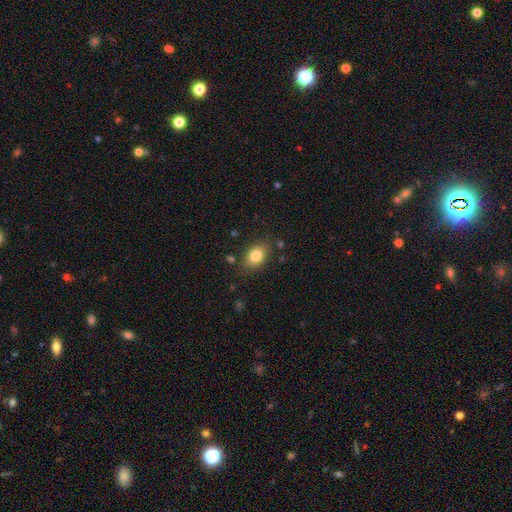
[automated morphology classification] The model was most divided on "how rounded": in between: 78%, round: 20%, cigar-shaped: 2%. More confident: smooth or featured — smooth (82%); merging — none (80%).